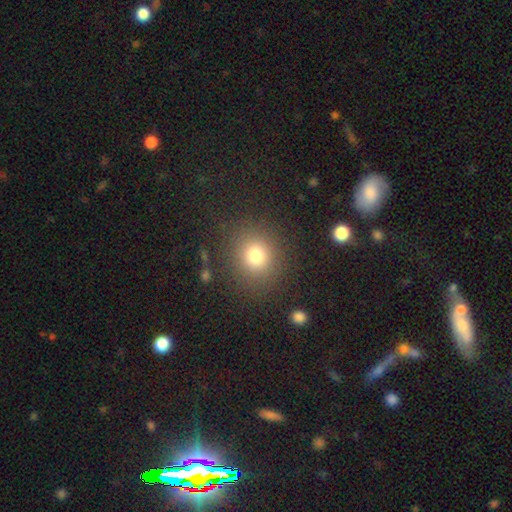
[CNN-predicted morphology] Smooth or featured? Predicted: smooth (p=0.77). How rounded? Predicted: round (p=0.82). Merging? Predicted: none (p=0.86).